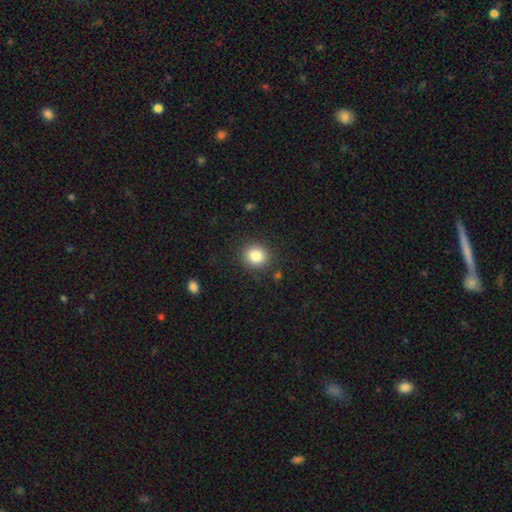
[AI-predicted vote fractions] smooth_or_featured: smooth (p=0.83) [alt: star or artifact p=0.10]
how_rounded: round (p=0.80) [alt: in between p=0.20]
merging: none (p=0.88) [alt: minor disturbance p=0.08]